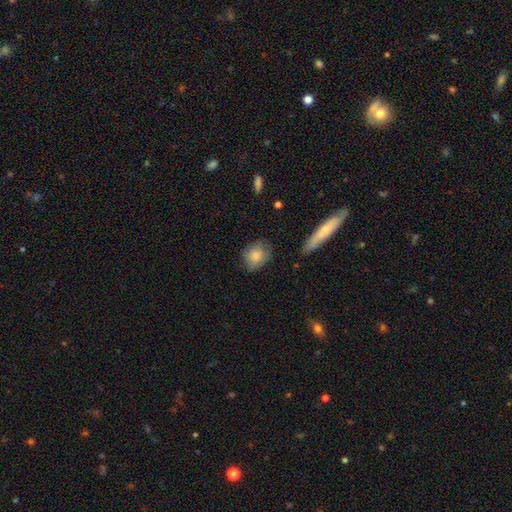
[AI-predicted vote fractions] Overall: smooth (81%). How rounded: round (61%; in between 37%). Merging: none (69%).